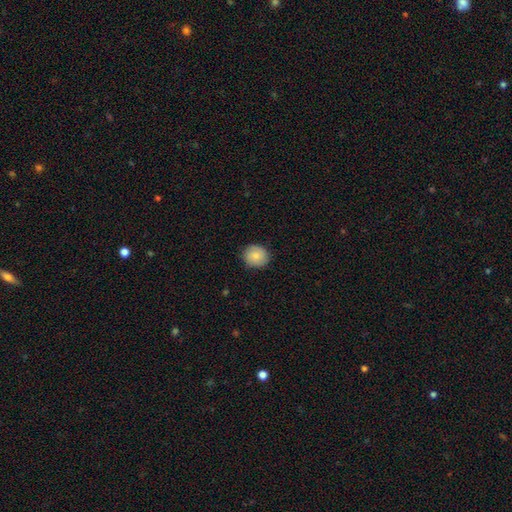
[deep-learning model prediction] smooth_or_featured: smooth (p=0.85) [alt: featured or disk p=0.08]
how_rounded: round (p=0.83) [alt: in between p=0.16]
merging: none (p=0.87) [alt: minor disturbance p=0.10]